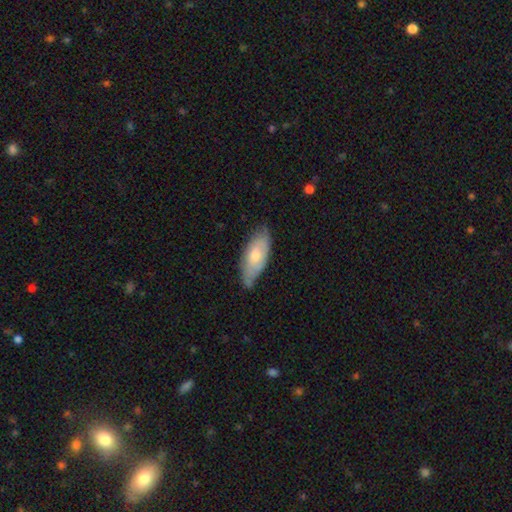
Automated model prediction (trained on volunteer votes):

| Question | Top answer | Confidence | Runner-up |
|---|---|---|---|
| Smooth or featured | smooth | 60% | featured or disk (35%) |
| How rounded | in between | 81% | cigar-shaped (17%) |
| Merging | none | 62% | minor disturbance (31%) |